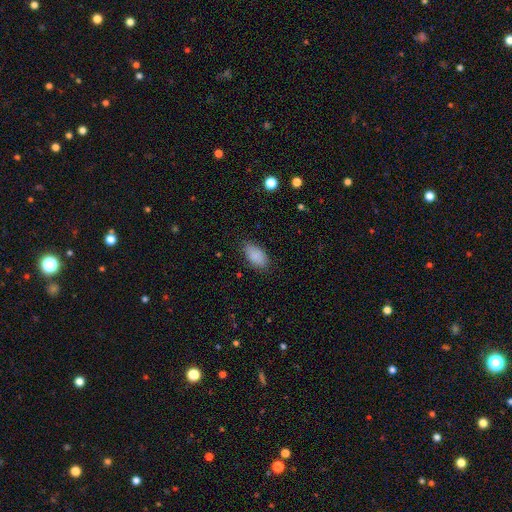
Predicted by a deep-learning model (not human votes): smooth_or_featured: smooth (p=0.88) [alt: star or artifact p=0.07]
how_rounded: in between (p=0.93) [alt: round p=0.04]
merging: none (p=0.80) [alt: minor disturbance p=0.15]